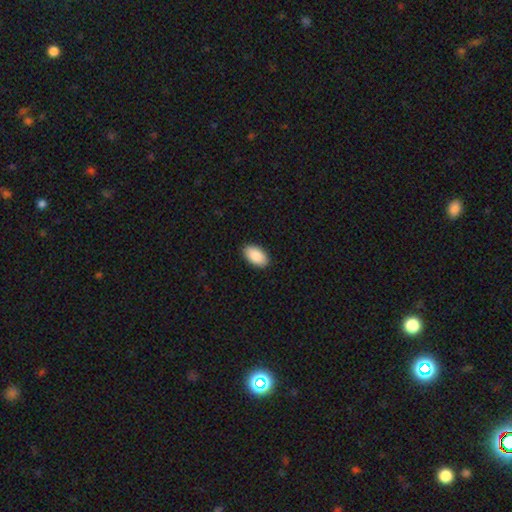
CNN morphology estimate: This is clearly a smooth galaxy (89%). How rounded: clearly in between (95%). Merging: clearly none (90%).